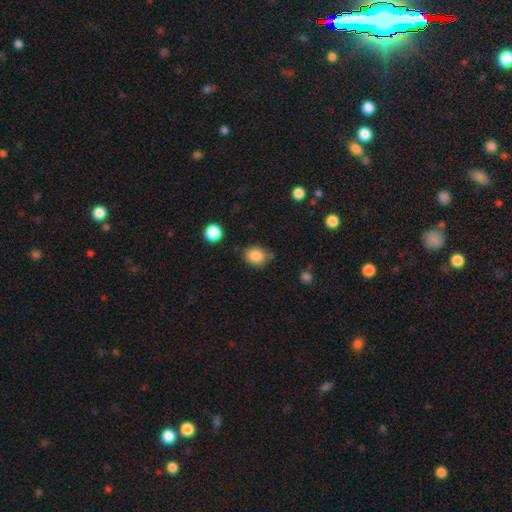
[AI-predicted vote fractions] smooth 85%, star or artifact 9%, featured or disk 6%. Down the decision tree: how rounded — round (56%); merging — none (73%).